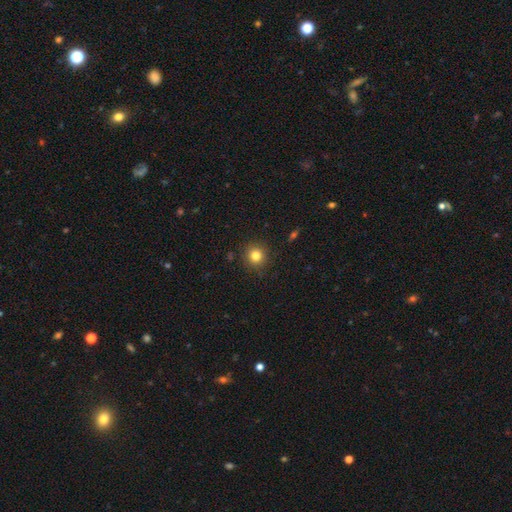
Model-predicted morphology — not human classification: smooth 82%, star or artifact 12%, featured or disk 6%. Down the decision tree: how rounded — round (93%); merging — none (90%).